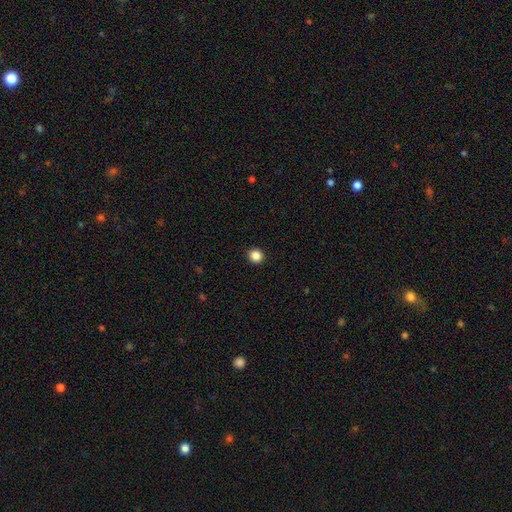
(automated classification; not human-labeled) Smooth or featured: smooth — 86% (star or artifact — 11%)
How rounded: round — 91% (in between — 8%)
Merging: none — 93% (minor disturbance — 4%)